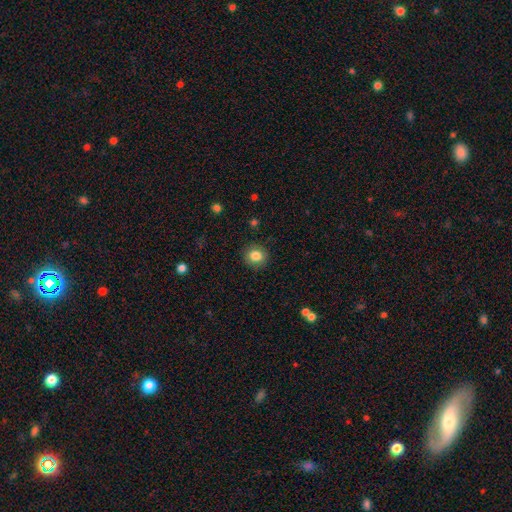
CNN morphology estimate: smooth-or-featured: smooth: 83% | star or artifact: 10% | featured or disk: 7%
  how-rounded: round: 83% | in between: 16% | cigar-shaped: 1%
  merging: none: 89% | minor disturbance: 8% | major disturbance: 2% | merger: 1%